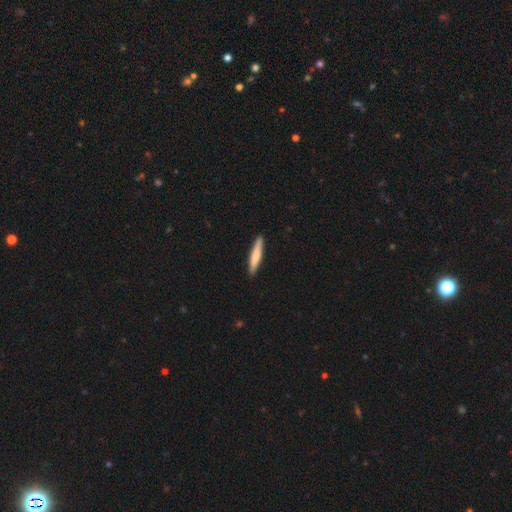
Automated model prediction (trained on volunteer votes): Q: Smooth or featured?
A: smooth (71%); runner-up: featured or disk (24%)
Q: How rounded?
A: cigar-shaped (92%); runner-up: in between (6%)
Q: Merging?
A: none (91%); runner-up: minor disturbance (7%)